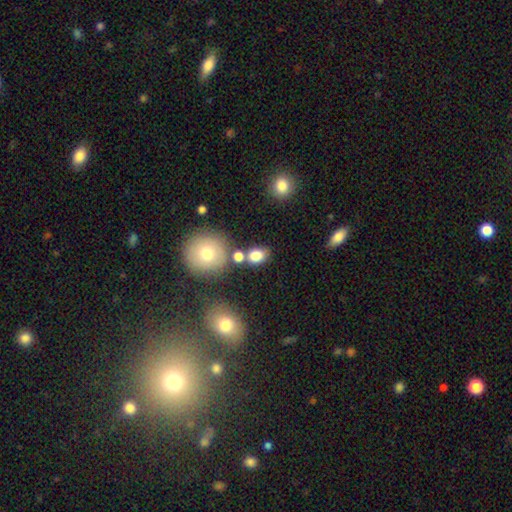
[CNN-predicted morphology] smooth-or-featured: smooth: 80% | star or artifact: 12% | featured or disk: 8%
  how-rounded: in between: 61% | round: 37% | cigar-shaped: 2%
  merging: none: 67% | merger: 15% | minor disturbance: 13% | major disturbance: 5%